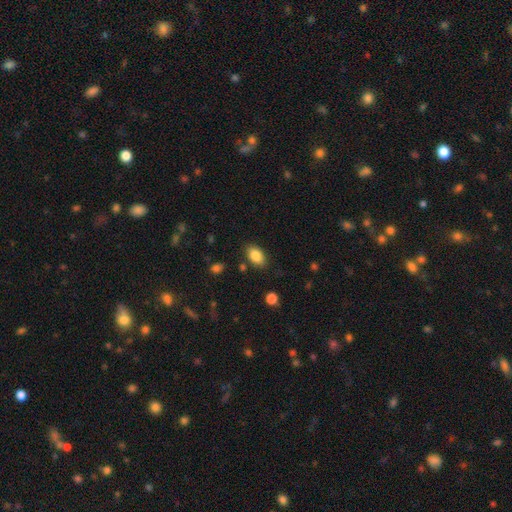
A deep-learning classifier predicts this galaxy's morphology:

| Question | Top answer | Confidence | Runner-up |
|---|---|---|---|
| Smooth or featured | smooth | 86% | star or artifact (8%) |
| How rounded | in between | 89% | round (10%) |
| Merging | none | 83% | minor disturbance (11%) |